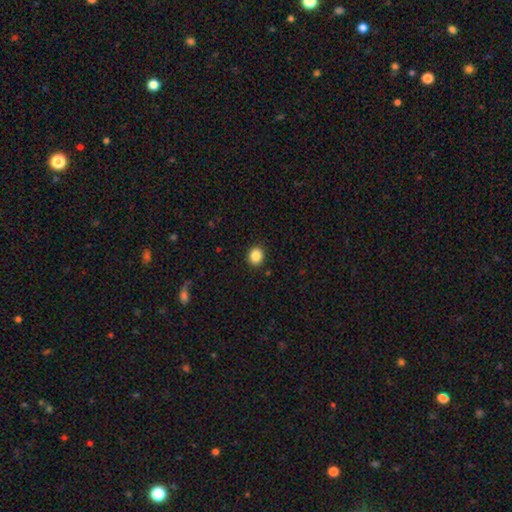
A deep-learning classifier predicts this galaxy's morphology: Q: Smooth or featured?
A: smooth (87%); runner-up: star or artifact (10%)
Q: How rounded?
A: round (74%); runner-up: in between (25%)
Q: Merging?
A: none (91%); runner-up: minor disturbance (6%)